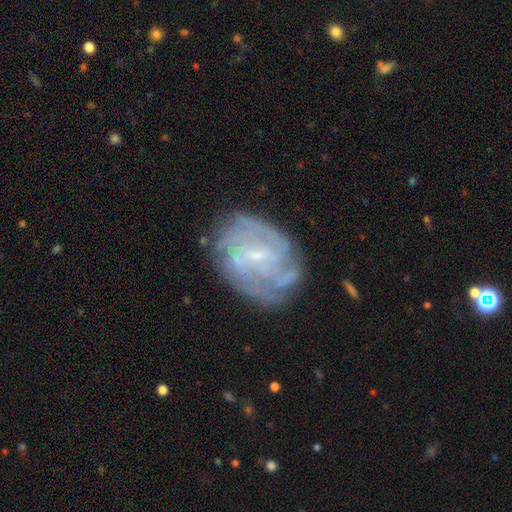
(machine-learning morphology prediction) Smooth or featured?
  - featured or disk: 79% *
  - smooth: 13%
  - star or artifact: 8%
Edge-on disk?
  - no: 97% *
  - yes: 3%
Bar?
  - weak: 55% *
  - no: 27%
  - strong: 17%
Spiral arms?
  - yes: 85% *
  - no: 15%
Spiral winding?
  - tight: 56% *
  - medium: 33%
  - loose: 11%
Spiral arm count?
  - can't tell: 46% *
  - 2: 17%
  - 3: 14%
  - 4: 12%
  - more than 4: 6%
  - 1: 5%
Bulge size?
  - small: 73% *
  - moderate: 15%
  - none: 10%
  - large: 1%
  - dominant: 1%
Merging?
  - none: 69% *
  - minor disturbance: 19%
  - major disturbance: 9%
  - merger: 2%